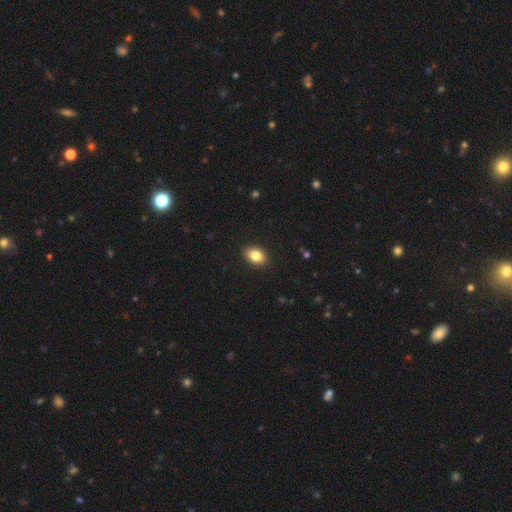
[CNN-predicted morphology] This appears to be a smooth galaxy with no disk features (84%) that is in between round and cigar-shaped (83%). Merging: none (90%).